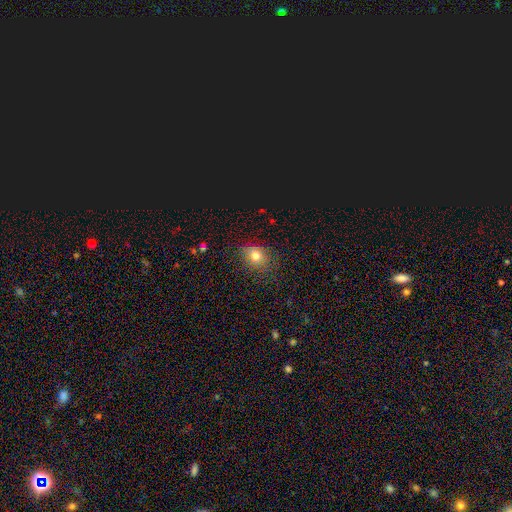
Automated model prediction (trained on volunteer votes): Overall: smooth (77%). How rounded: in between (50%; round 49%). Merging: none (80%).